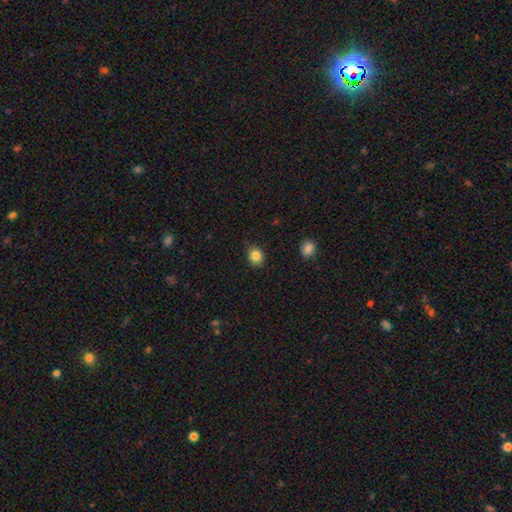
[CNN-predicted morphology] Overall: smooth (84%). How rounded: round (68%; in between 31%). Merging: none (81%).